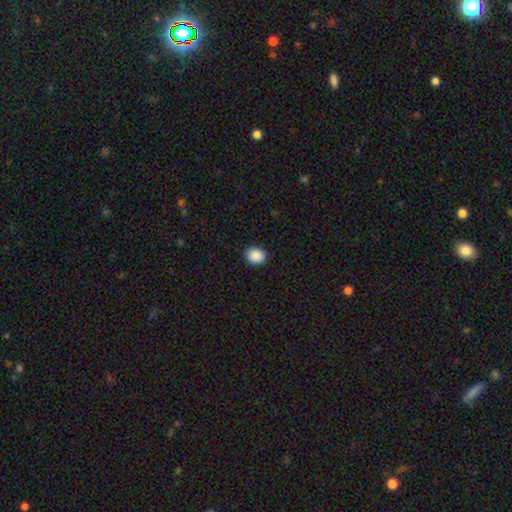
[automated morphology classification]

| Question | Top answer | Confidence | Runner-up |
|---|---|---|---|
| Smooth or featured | smooth | 90% | star or artifact (8%) |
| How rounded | round | 65% | in between (34%) |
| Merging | none | 91% | minor disturbance (6%) |